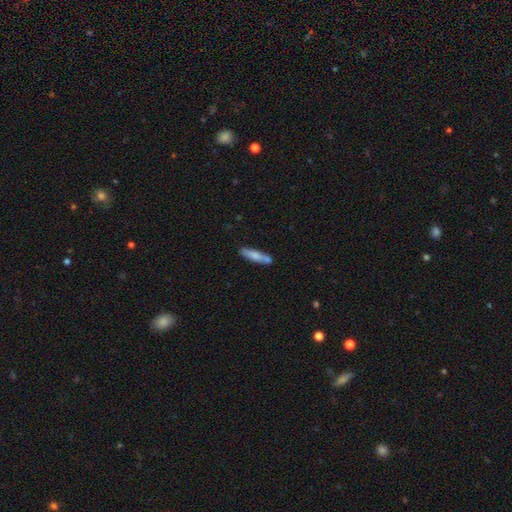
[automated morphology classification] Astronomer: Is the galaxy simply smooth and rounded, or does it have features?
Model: smooth — 74%.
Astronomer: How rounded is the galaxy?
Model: cigar-shaped — 82%.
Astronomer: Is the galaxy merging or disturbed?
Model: none — 70%.